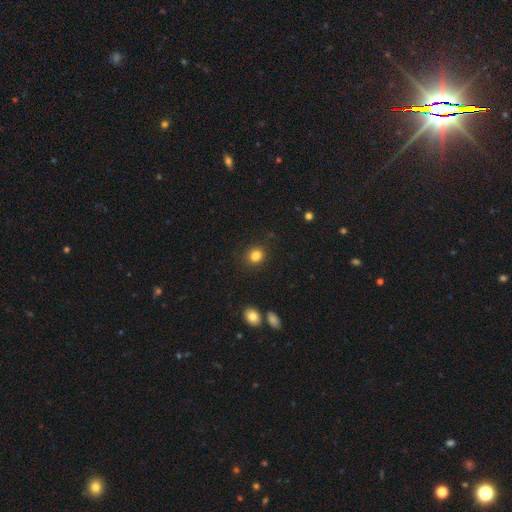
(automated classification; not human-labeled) Smooth or featured?
  - smooth: 84% *
  - star or artifact: 11%
  - featured or disk: 5%
How rounded?
  - round: 64% *
  - in between: 35%
  - cigar-shaped: 1%
Merging?
  - none: 85% *
  - minor disturbance: 9%
  - major disturbance: 3%
  - merger: 3%